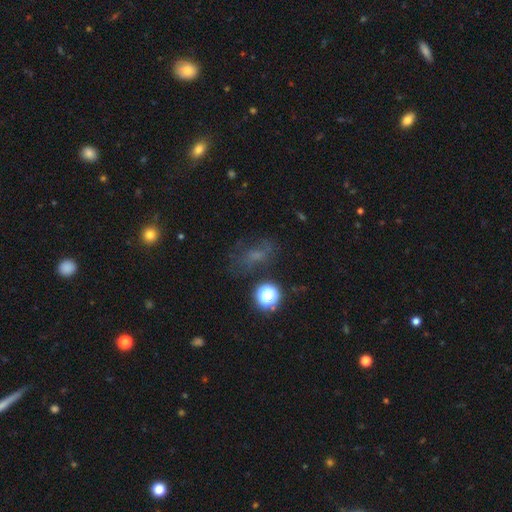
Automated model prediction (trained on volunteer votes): Smooth or featured?
  - smooth: 36% *
  - star or artifact: 34%
  - featured or disk: 29%
Merging?
  - none: 59% *
  - minor disturbance: 20%
  - major disturbance: 17%
  - merger: 4%